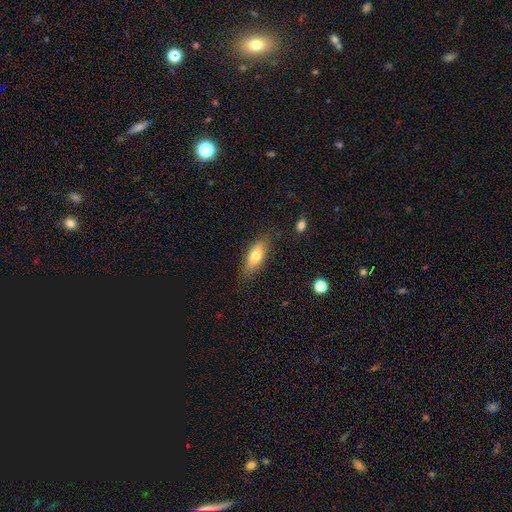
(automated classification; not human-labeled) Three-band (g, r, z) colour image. It shows a smooth galaxy with no disk features (71%) that is in between round and cigar-shaped (73%). Merging: none (80%).